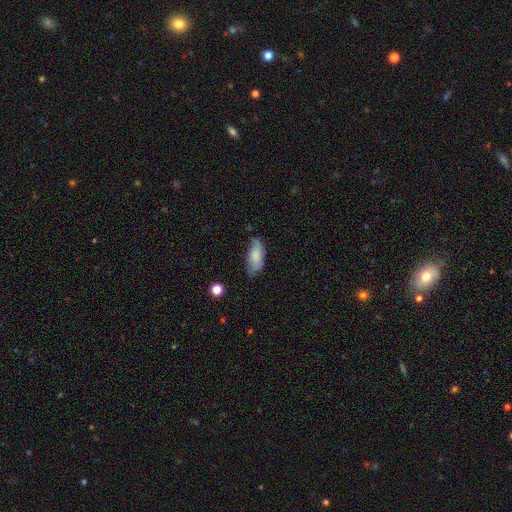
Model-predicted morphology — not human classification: type=smooth (76%); roundness=in between (84%); merging=none (58%).